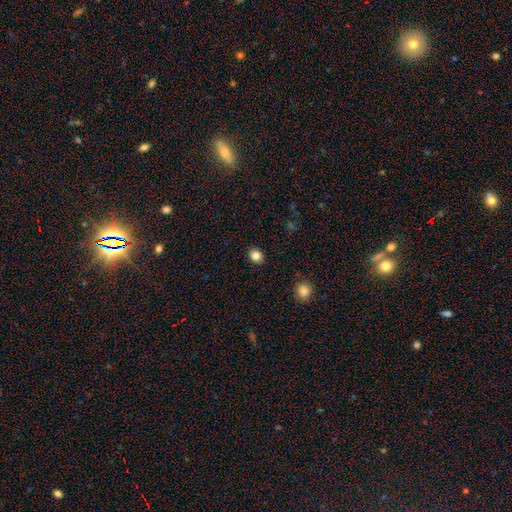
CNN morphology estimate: smooth_or_featured: smooth (p=0.83) [alt: star or artifact p=0.11]
how_rounded: round (p=0.66) [alt: in between p=0.33]
merging: none (p=0.90) [alt: minor disturbance p=0.07]